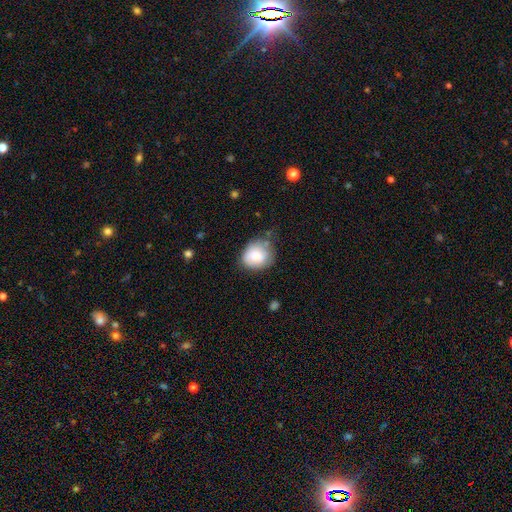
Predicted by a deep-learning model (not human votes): This is clearly a smooth galaxy (80%). How rounded: likely round (67%). Merging: possibly none (54%).